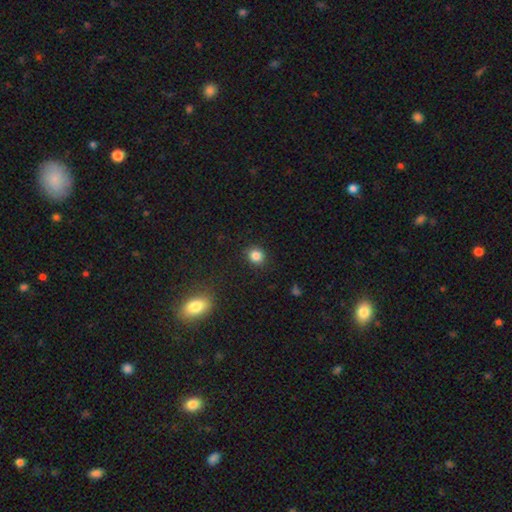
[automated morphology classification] Smooth or featured? Predicted: smooth (p=0.85). How rounded? Predicted: round (p=0.82). Merging? Predicted: none (p=0.89).